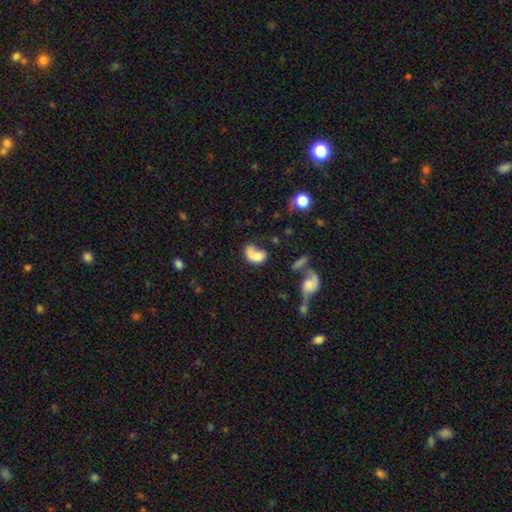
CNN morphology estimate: Q: Smooth or featured?
A: smooth (60%); runner-up: featured or disk (30%)
Q: How rounded?
A: in between (75%); runner-up: round (23%)
Q: Merging?
A: merger (35%); runner-up: major disturbance (26%)